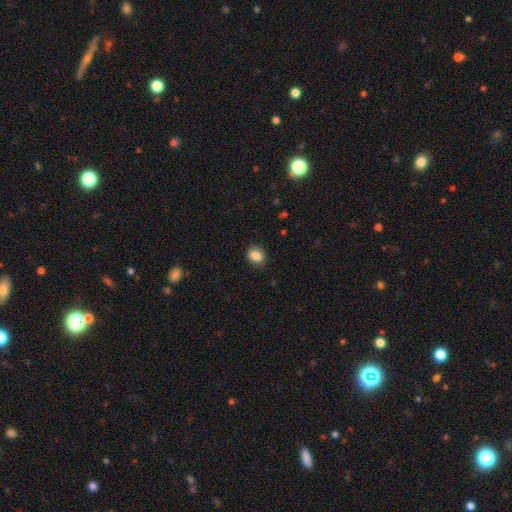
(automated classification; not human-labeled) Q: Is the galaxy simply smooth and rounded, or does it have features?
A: smooth — 86%.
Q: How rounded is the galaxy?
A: round — 58%.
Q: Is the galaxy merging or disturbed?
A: none — 88%.